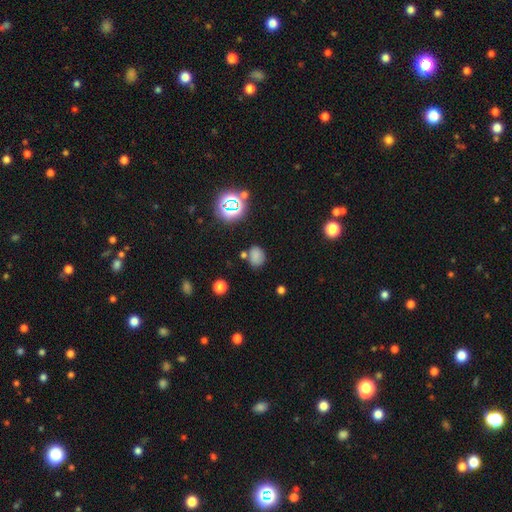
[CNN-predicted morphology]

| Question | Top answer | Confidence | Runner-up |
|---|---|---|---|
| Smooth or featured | smooth | 71% | star or artifact (21%) |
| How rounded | in between | 51% | round (48%) |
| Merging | none | 71% | minor disturbance (16%) |